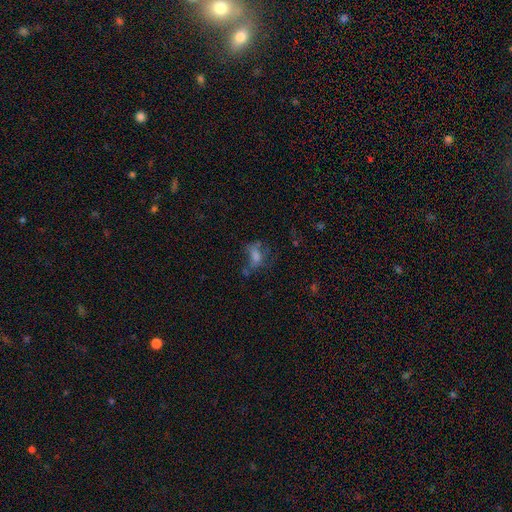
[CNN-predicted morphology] Smooth or featured?
  - smooth: 43% *
  - featured or disk: 33%
  - star or artifact: 24%
Merging?
  - none: 39% *
  - major disturbance: 32%
  - minor disturbance: 20%
  - merger: 8%